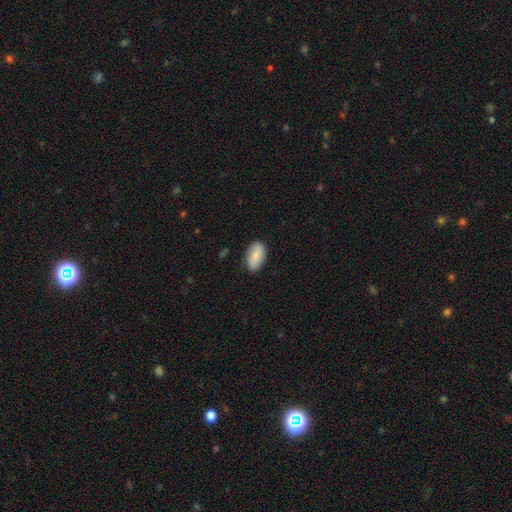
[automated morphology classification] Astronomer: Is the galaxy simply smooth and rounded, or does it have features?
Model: smooth — 78%.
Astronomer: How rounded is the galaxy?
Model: in between — 92%.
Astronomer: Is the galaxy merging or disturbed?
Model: none — 85%.